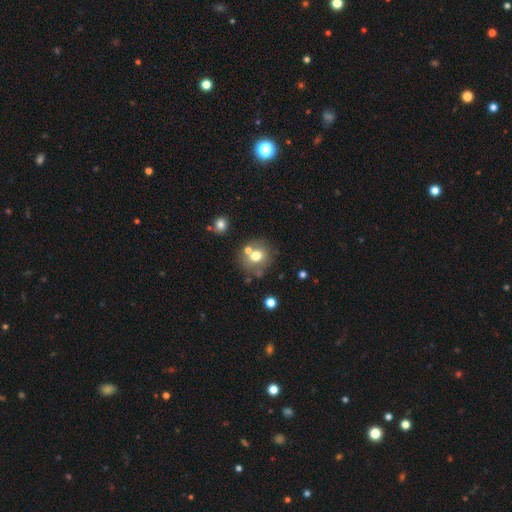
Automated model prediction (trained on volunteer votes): A smooth galaxy with no disk features (69%) that is round (83%). Merging: none (62%).